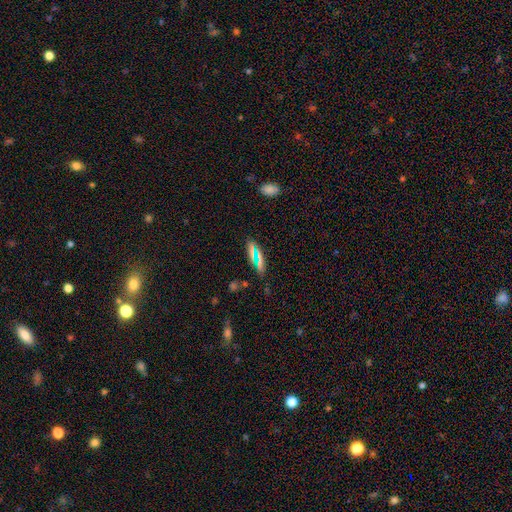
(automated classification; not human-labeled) A smooth galaxy with no disk features (55%) that is cigar-shaped (49%). Merging: none (79%).